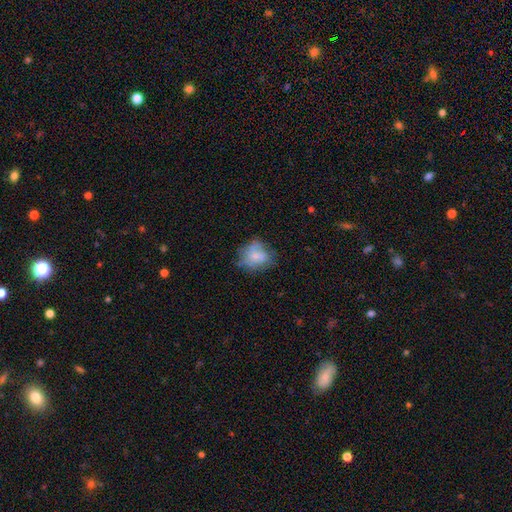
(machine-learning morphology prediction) A smooth galaxy with no disk features (65%) that is round (63%). Merging: none (53%).